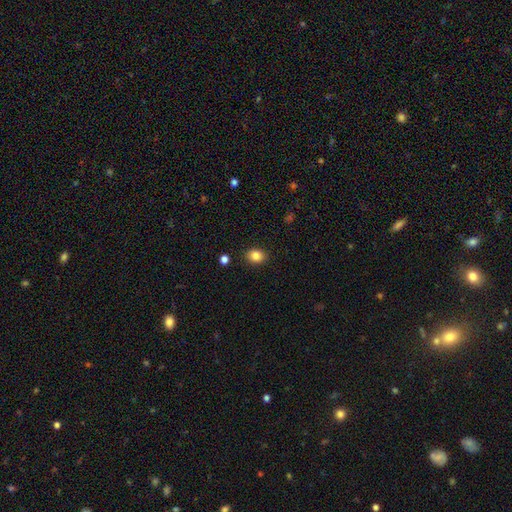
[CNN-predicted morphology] A smooth galaxy with no disk features (85%) that is in between round and cigar-shaped (52%). Merging: none (88%).